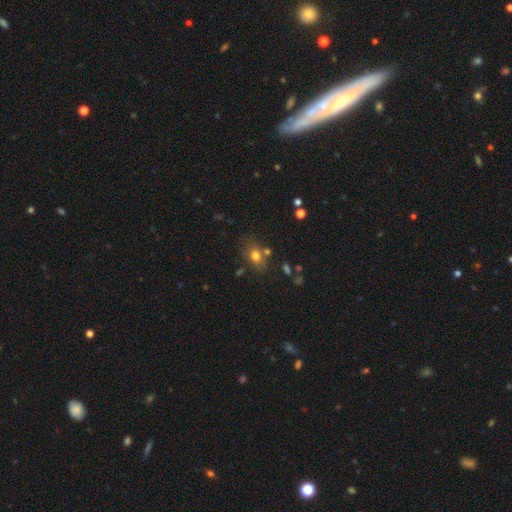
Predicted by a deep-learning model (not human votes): smooth_or_featured: smooth (p=0.74) [alt: featured or disk p=0.13]
how_rounded: in between (p=0.66) [alt: round p=0.32]
merging: none (p=0.68) [alt: minor disturbance p=0.15]